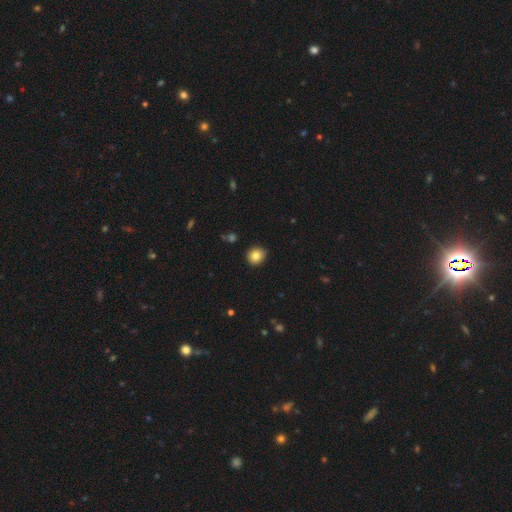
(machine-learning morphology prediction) Smooth or featured: smooth — 83% (star or artifact — 10%)
How rounded: round — 81% (in between — 18%)
Merging: none — 85% (minor disturbance — 12%)